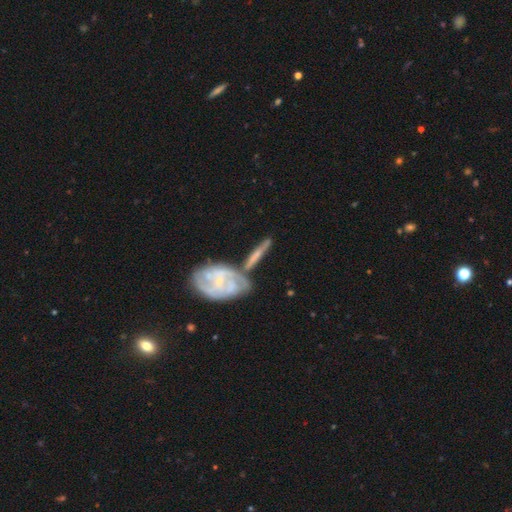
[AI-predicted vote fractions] Overall: featured or disk (64%; smooth 29%). Edge-on disk: yes (57%; no 43%). Merging: none (52%; merger 28%).